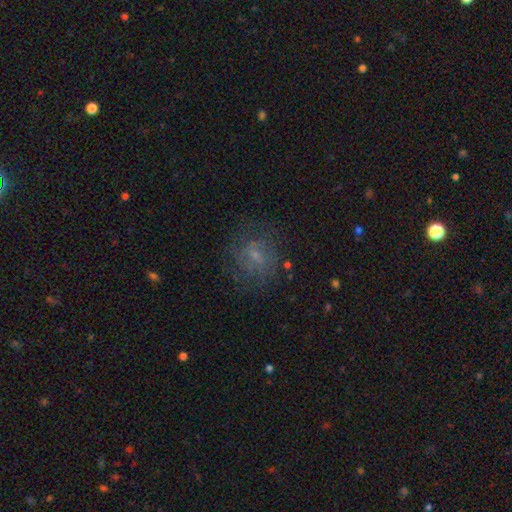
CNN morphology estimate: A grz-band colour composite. It shows a smooth galaxy with no disk features (42%). Merging: none (68%).